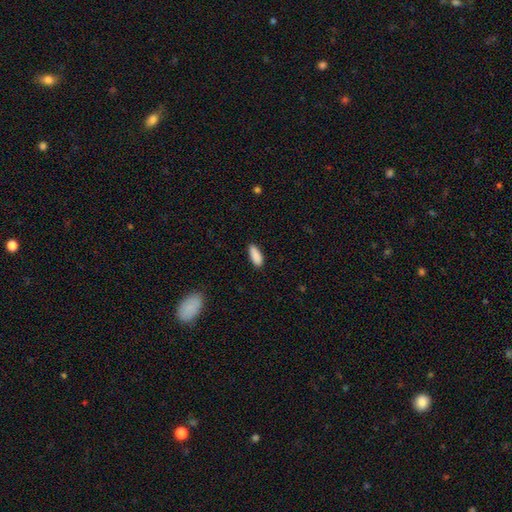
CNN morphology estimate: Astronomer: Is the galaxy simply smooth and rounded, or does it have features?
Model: smooth — 89%.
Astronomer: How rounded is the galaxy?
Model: in between — 72%.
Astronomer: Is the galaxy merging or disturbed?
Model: none — 84%.